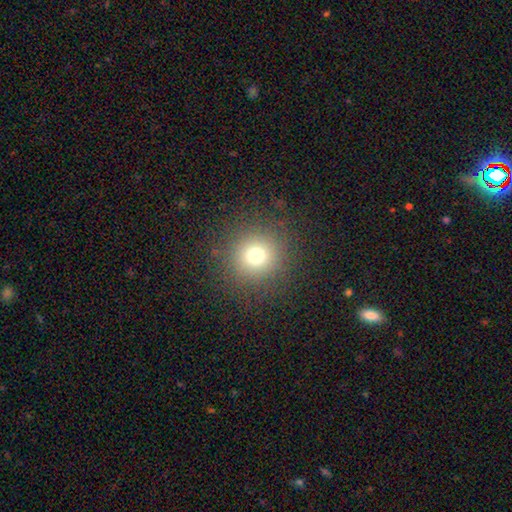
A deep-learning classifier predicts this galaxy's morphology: smooth_or_featured: smooth (p=0.72) [alt: star or artifact p=0.19]
how_rounded: round (p=0.94) [alt: in between p=0.05]
merging: none (p=0.88) [alt: minor disturbance p=0.07]